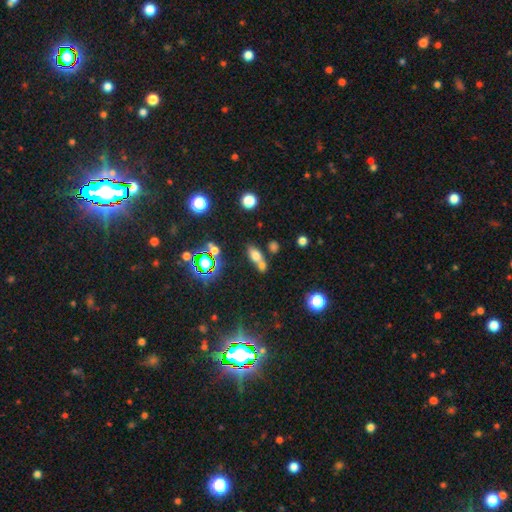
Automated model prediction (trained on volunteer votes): A smooth galaxy with no disk features (66%) that is in between round and cigar-shaped (72%).

Vote fractions:
- Smooth or featured? smooth: 66% / star or artifact: 19% / featured or disk: 16%
- How rounded? in between: 72% / round: 15% / cigar-shaped: 13%
- Merging? merger: 47% / none: 39% / minor disturbance: 10% / major disturbance: 5%